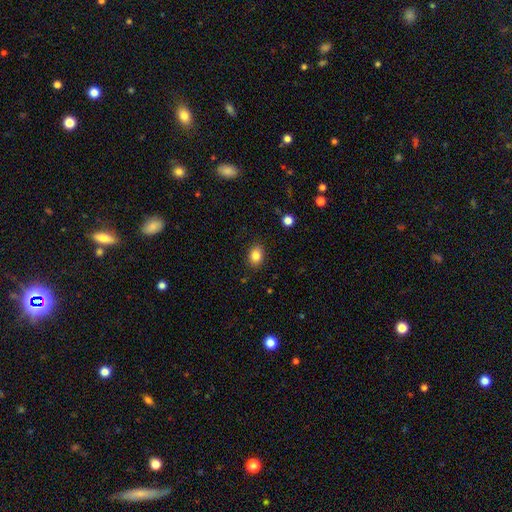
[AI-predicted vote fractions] smooth 84%, star or artifact 10%, featured or disk 6%. Down the decision tree: how rounded — in between (58%); merging — none (87%).